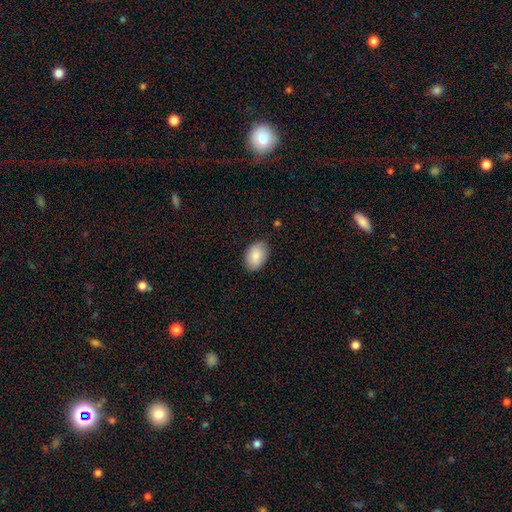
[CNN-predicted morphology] A smooth galaxy with no disk features (85%) that is in between round and cigar-shaped (87%).

Vote fractions:
- Smooth or featured? smooth: 85% / featured or disk: 9% / star or artifact: 6%
- How rounded? in between: 87% / round: 12% / cigar-shaped: 1%
- Merging? none: 85% / minor disturbance: 12% / major disturbance: 2% / merger: 1%